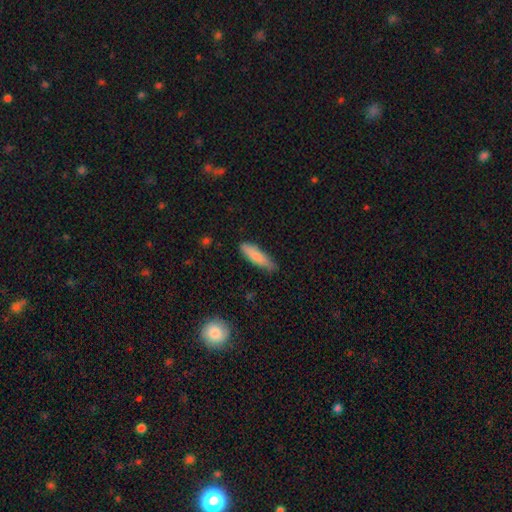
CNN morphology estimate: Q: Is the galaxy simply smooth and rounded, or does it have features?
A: smooth — 82%.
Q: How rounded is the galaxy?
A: cigar-shaped — 66%.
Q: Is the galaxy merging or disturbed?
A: none — 75%.